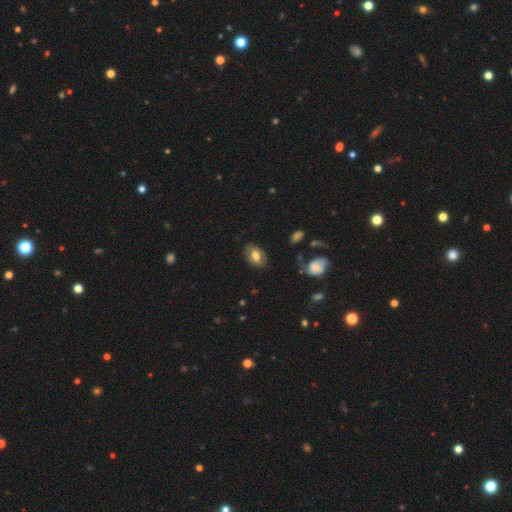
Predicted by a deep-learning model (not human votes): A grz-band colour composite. It shows a smooth galaxy with no disk features (66%) that is in between round and cigar-shaped (86%). Merging: none (81%).